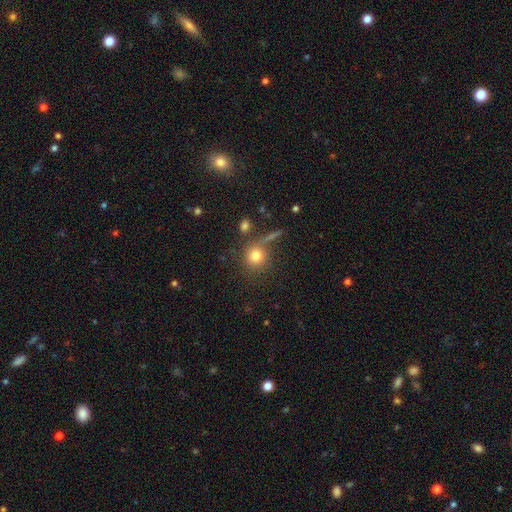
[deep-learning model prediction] Smooth or featured? smooth (76%)
How rounded? round (90%)
Merging? none (71%)